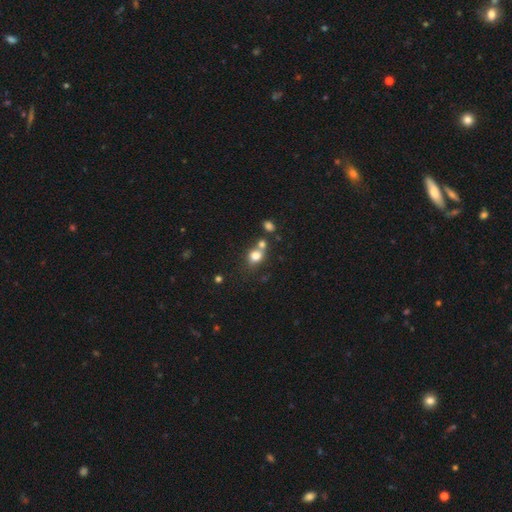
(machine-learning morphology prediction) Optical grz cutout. It shows a smooth galaxy with no disk features (78%) that is round (64%). Merging: none (48%).